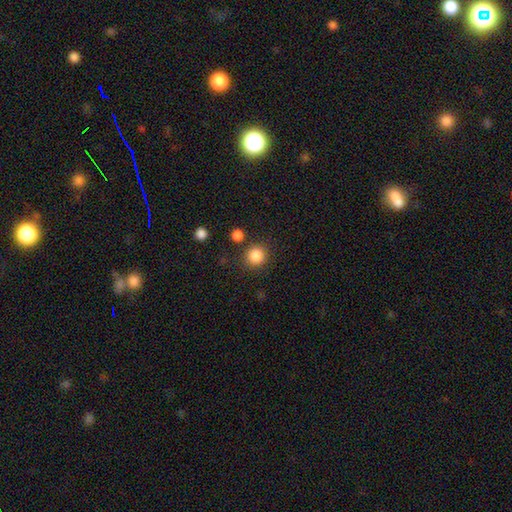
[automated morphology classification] type=smooth (86%); roundness=round (91%); merging=none (85%).